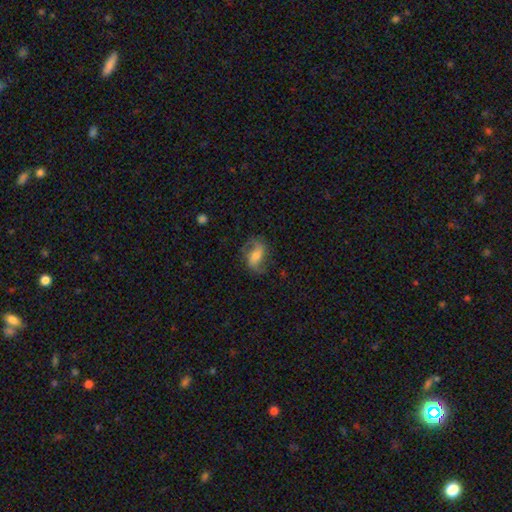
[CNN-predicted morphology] smooth-or-featured: featured or disk: 58% | smooth: 34% | star or artifact: 8%
  disk-edge-on: no: 95% | yes: 5%
    bar: weak: 39% | no: 33% | strong: 28%
    has-spiral-arms: yes: 86% | no: 14%
    bulge-size: moderate: 47% | small: 26% | large: 17% | none: 7% | dominant: 3%
  merging: none: 68% | minor disturbance: 19% | major disturbance: 12% | merger: 1%